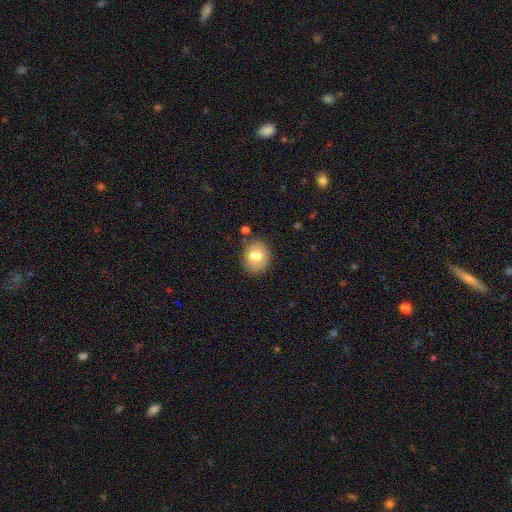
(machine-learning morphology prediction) A smooth galaxy with no disk features (77%) that is round (67%).

Vote fractions:
- Smooth or featured? smooth: 77% / featured or disk: 13% / star or artifact: 9%
- How rounded? round: 67% / in between: 32% / cigar-shaped: 1%
- Merging? none: 82% / minor disturbance: 12% / merger: 4% / major disturbance: 3%